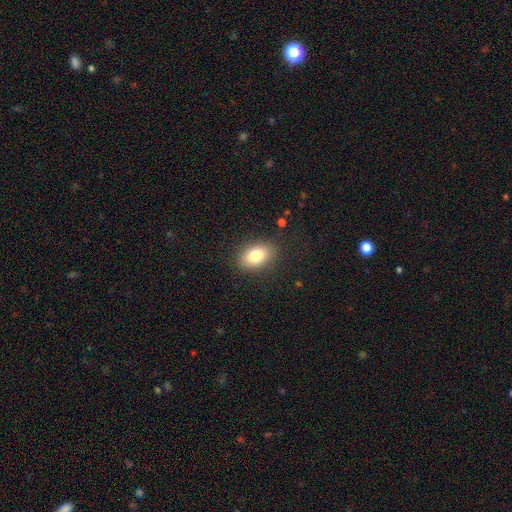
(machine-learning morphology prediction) Overall: smooth (80%). How rounded: in between (84%). Merging: none (86%).